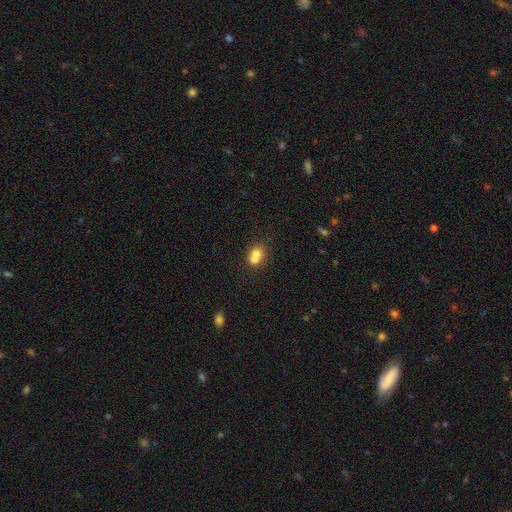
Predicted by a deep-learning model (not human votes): Smooth or featured? smooth (73%)
How rounded? round (49%, tied with in between)
Merging? merger (54%)